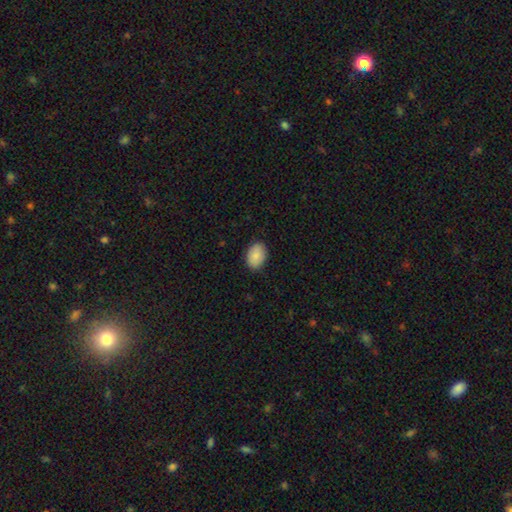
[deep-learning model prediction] Overall: smooth (88%). How rounded: in between (84%). Merging: none (88%).